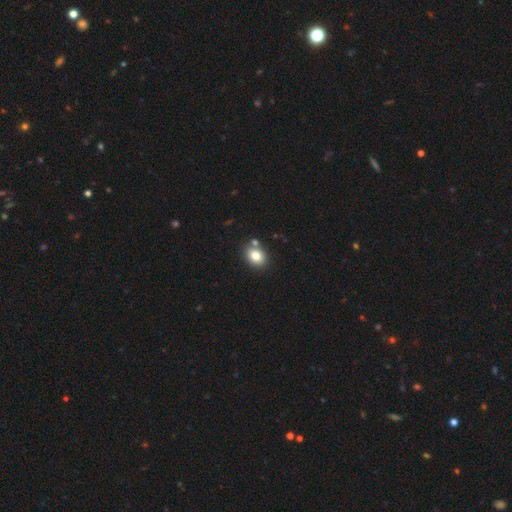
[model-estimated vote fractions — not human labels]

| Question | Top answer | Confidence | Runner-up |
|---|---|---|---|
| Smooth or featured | smooth | 82% | star or artifact (10%) |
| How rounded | in between | 59% | round (40%) |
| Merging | none | 76% | merger (11%) |